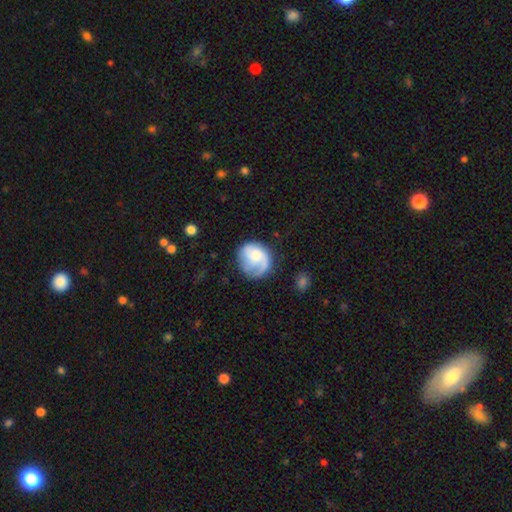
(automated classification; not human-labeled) Smooth or featured? featured or disk (52%)
Edge-on disk? no (98%)
Bar? no (72%)
Spiral arms? yes (81%)
Bulge size? moderate (52%)
Merging? none (56%)